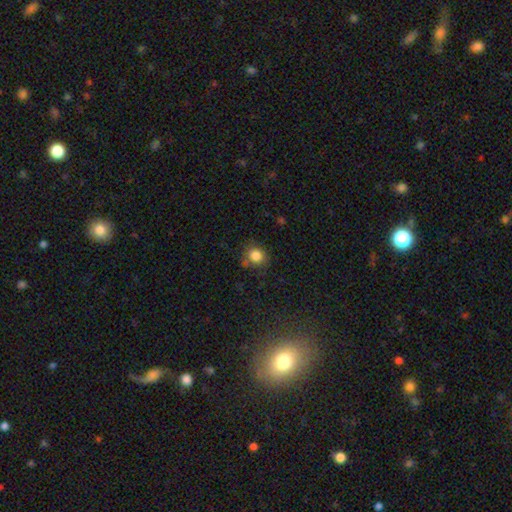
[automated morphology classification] The model was most divided on "merging": none: 70%, minor disturbance: 20%, major disturbance: 7%, merger: 4%. More confident: how rounded — round (83%); smooth or featured — smooth (82%).